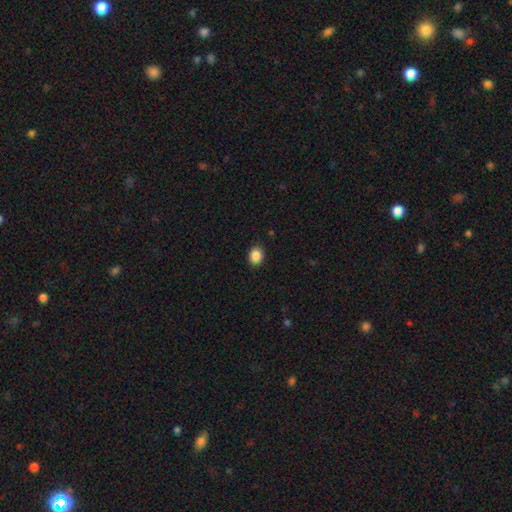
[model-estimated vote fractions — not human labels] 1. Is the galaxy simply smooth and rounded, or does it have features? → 88% smooth, 9% star or artifact, 3% featured or disk.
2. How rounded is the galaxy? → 51% in between, 48% round, 1% cigar-shaped.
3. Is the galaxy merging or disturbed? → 89% none, 8% minor disturbance, 2% major disturbance, 1% merger.